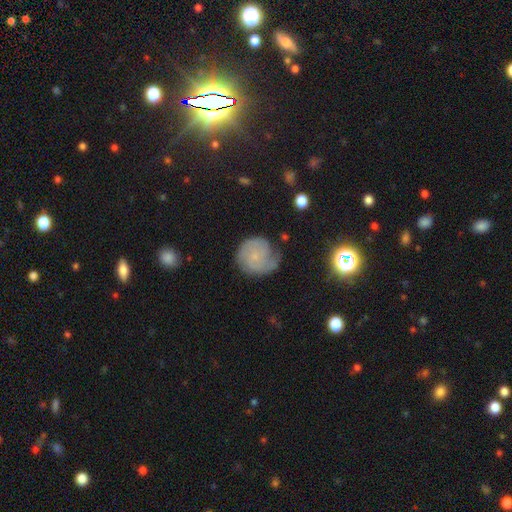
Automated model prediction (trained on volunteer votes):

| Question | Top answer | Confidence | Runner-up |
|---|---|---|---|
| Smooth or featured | featured or disk | 56% | smooth (35%) |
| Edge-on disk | no | 98% | yes (2%) |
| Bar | no | 77% | weak (20%) |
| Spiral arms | yes | 88% | no (12%) |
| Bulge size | small | 73% | none (14%) |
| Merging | none | 57% | minor disturbance (28%) |